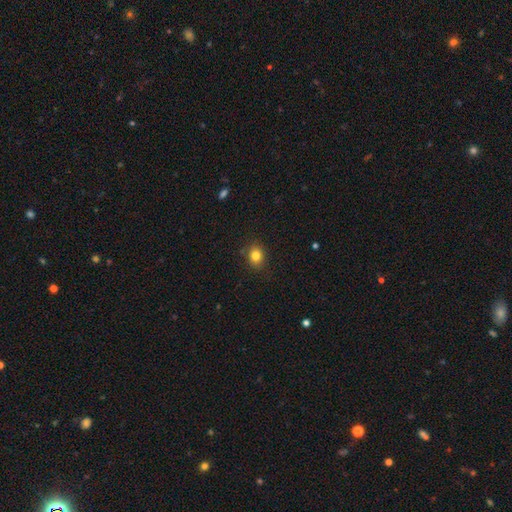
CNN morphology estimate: A smooth galaxy with no disk features (81%) that is round (57%).

Vote fractions:
- Smooth or featured? smooth: 81% / star or artifact: 12% / featured or disk: 7%
- How rounded? round: 57% / in between: 42% / cigar-shaped: 1%
- Merging? none: 85% / minor disturbance: 11% / major disturbance: 2% / merger: 2%